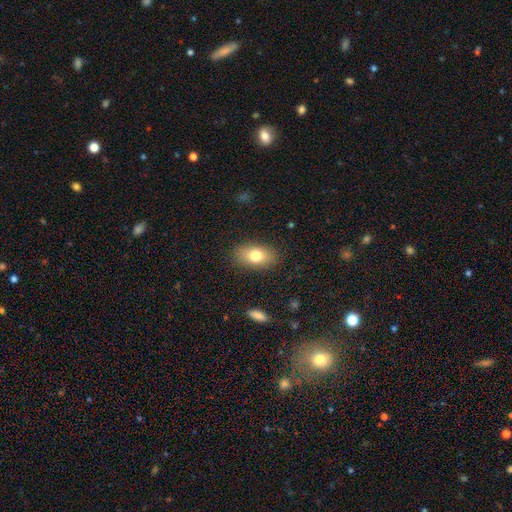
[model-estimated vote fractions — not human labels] Smooth or featured? smooth (77%)
How rounded? in between (88%)
Merging? none (85%)